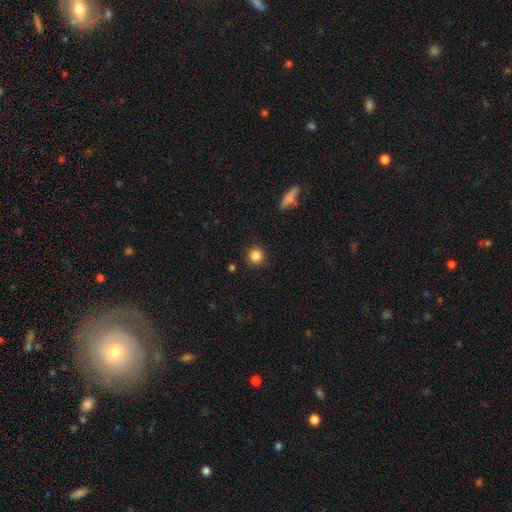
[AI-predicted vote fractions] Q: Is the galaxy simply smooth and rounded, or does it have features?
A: smooth — 85%.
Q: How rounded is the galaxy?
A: round — 94%.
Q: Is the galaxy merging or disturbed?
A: none — 89%.